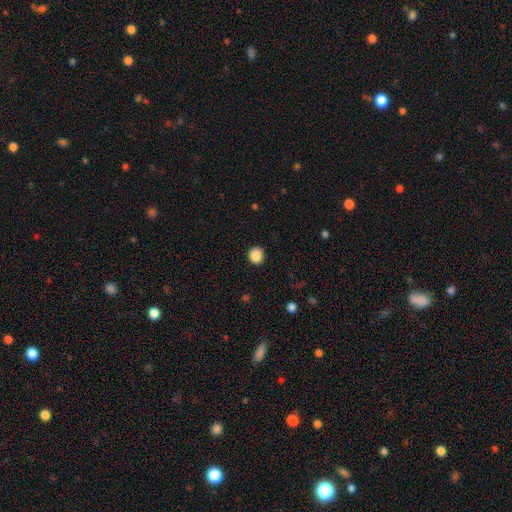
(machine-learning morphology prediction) Smooth or featured: smooth — 88% (star or artifact — 10%)
How rounded: round — 89% (in between — 10%)
Merging: none — 90% (minor disturbance — 7%)